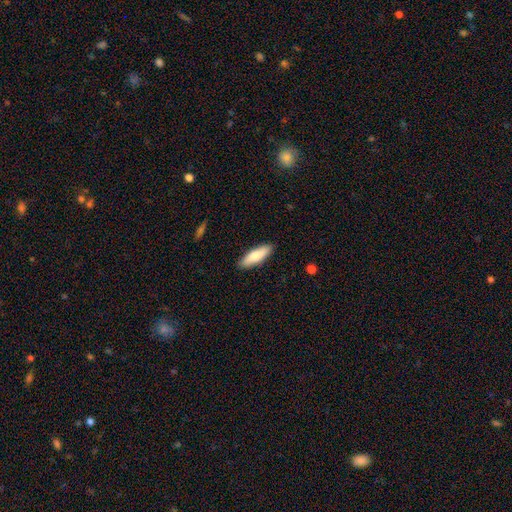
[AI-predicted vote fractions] The model was most divided on "how rounded": cigar-shaped: 53%, in between: 45%, round: 2%. More confident: merging — none (89%); smooth or featured — smooth (78%).